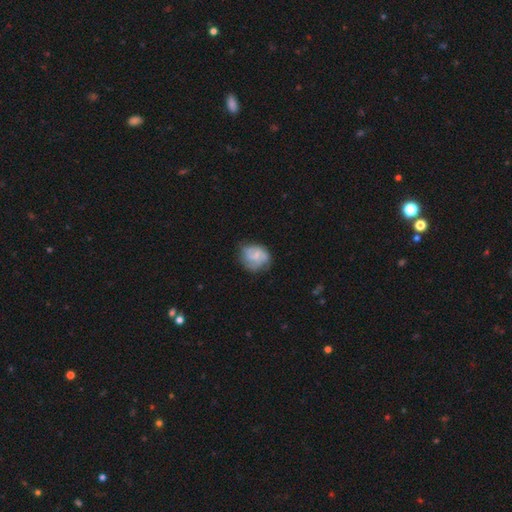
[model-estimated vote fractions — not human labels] featured or disk 48%, smooth 44%, star or artifact 8%. Down the decision tree: merging — none (56%).